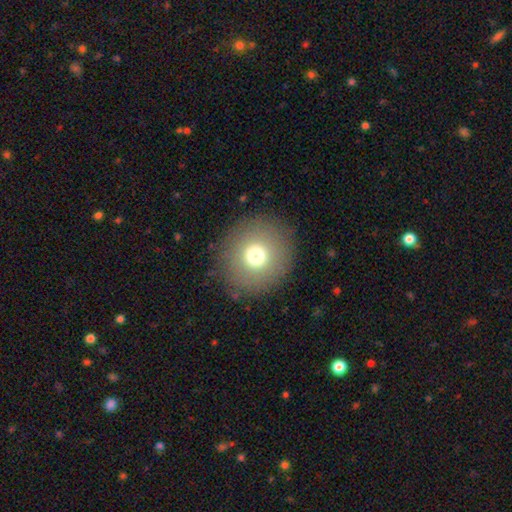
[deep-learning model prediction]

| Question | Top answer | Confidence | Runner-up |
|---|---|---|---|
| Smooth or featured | smooth | 72% | star or artifact (14%) |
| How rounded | round | 93% | in between (6%) |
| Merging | none | 88% | minor disturbance (7%) |